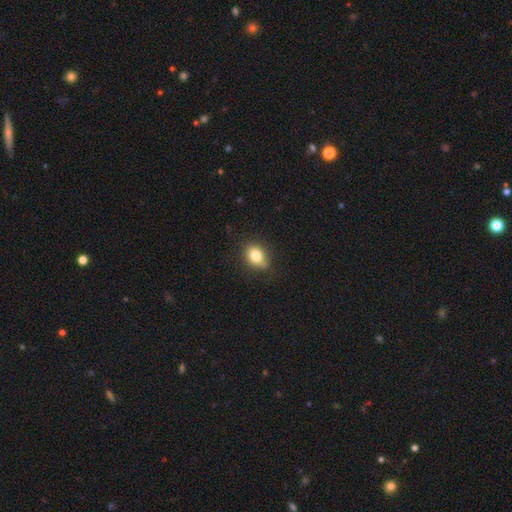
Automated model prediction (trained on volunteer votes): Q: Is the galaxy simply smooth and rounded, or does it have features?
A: smooth — 80%.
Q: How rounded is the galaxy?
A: in between — 68%.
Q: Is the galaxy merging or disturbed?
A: none — 79%.